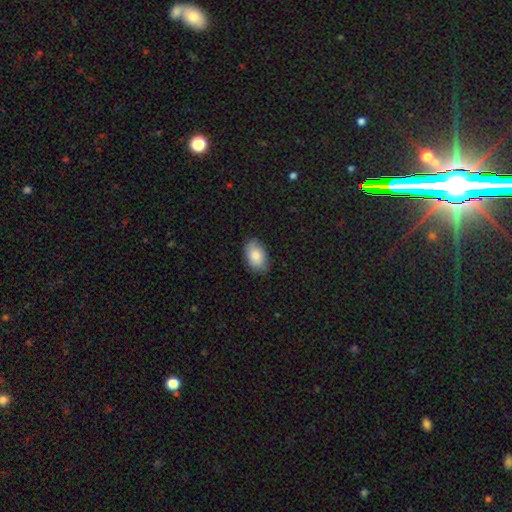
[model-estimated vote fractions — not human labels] The model was most divided on "merging": none: 81%, minor disturbance: 15%, major disturbance: 3%, merger: 1%. More confident: how rounded — in between (91%); smooth or featured — smooth (84%).